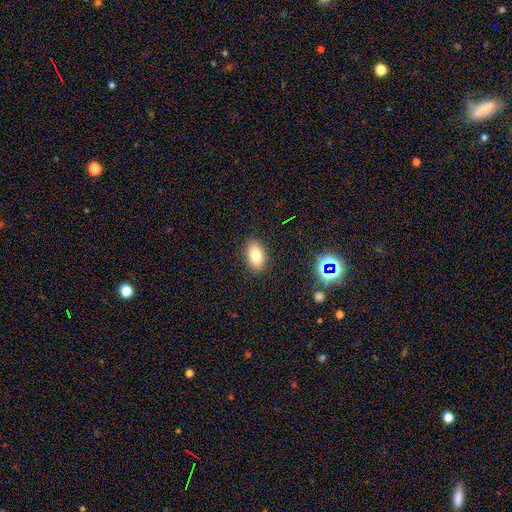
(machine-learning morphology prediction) Q: Smooth or featured?
A: smooth (77%); runner-up: featured or disk (12%)
Q: How rounded?
A: in between (88%); runner-up: round (11%)
Q: Merging?
A: none (88%); runner-up: minor disturbance (9%)